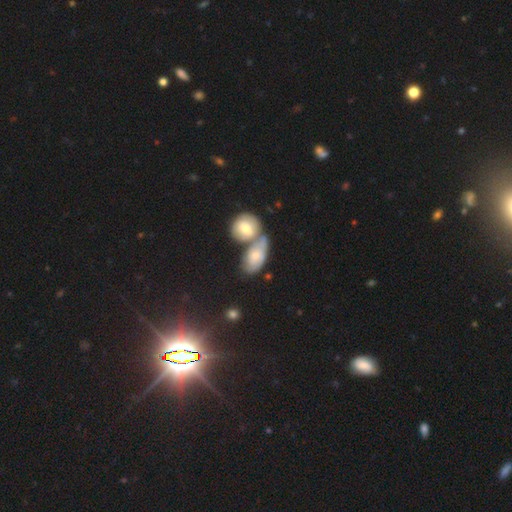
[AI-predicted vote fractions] Smooth or featured? Predicted: smooth (p=0.58). How rounded? Predicted: in between (p=0.79). Merging? Predicted: merger (p=0.57).